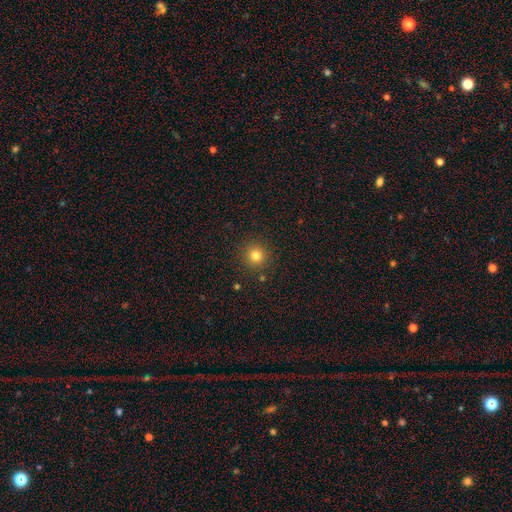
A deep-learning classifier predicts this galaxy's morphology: A smooth galaxy with no disk features (80%) that is round (94%). Merging: none (90%).